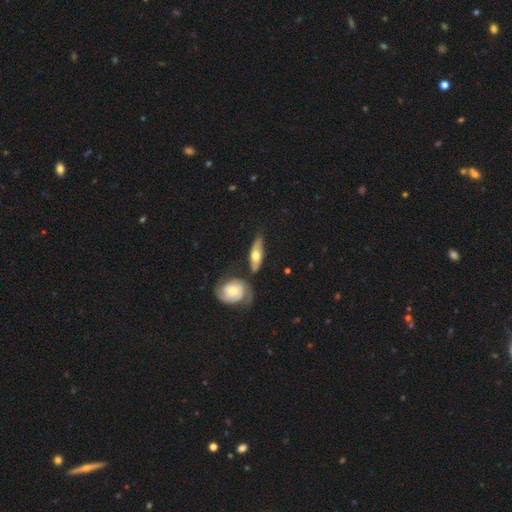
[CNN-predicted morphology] smooth_or_featured: featured or disk (p=0.51) [alt: smooth p=0.44]
disk_edge_on: no (p=0.52) [alt: yes p=0.48]
merging: none (p=0.56) [alt: minor disturbance p=0.21]